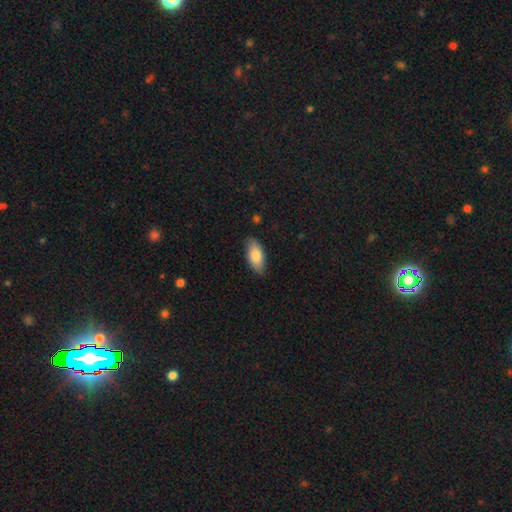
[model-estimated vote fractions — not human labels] Q: Smooth or featured?
A: smooth (83%); runner-up: featured or disk (11%)
Q: How rounded?
A: in between (89%); runner-up: cigar-shaped (9%)
Q: Merging?
A: none (82%); runner-up: minor disturbance (14%)